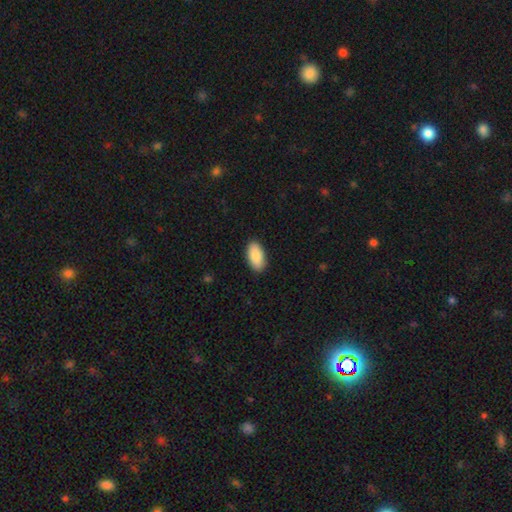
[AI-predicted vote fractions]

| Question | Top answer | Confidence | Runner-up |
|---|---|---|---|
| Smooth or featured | smooth | 89% | star or artifact (6%) |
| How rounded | in between | 95% | cigar-shaped (3%) |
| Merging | none | 89% | minor disturbance (8%) |